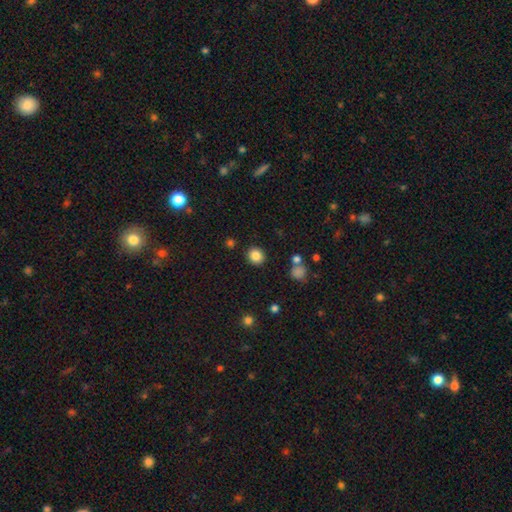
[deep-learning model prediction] Smooth or featured: smooth — 85% (star or artifact — 11%)
How rounded: round — 82% (in between — 17%)
Merging: none — 88% (minor disturbance — 7%)